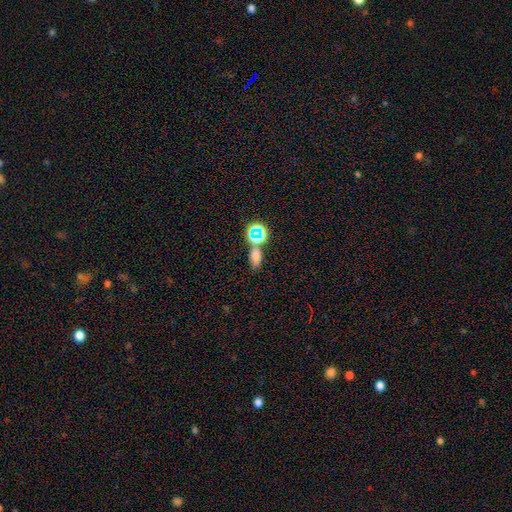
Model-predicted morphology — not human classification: smooth-or-featured: smooth: 67% | star or artifact: 25% | featured or disk: 8%
  how-rounded: in between: 77% | round: 16% | cigar-shaped: 7%
  merging: none: 61% | merger: 22% | minor disturbance: 12% | major disturbance: 5%